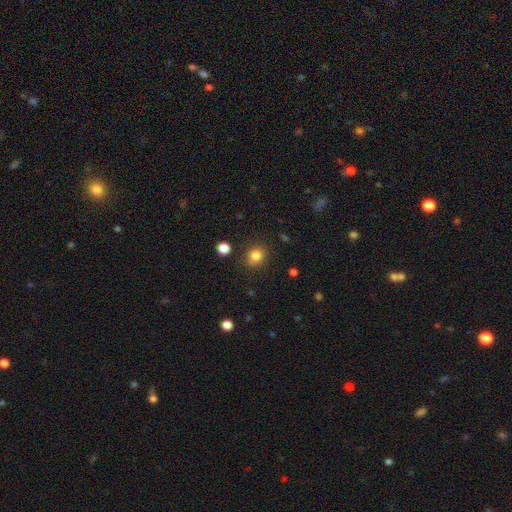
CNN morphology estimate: smooth-or-featured: smooth: 83% | star or artifact: 12% | featured or disk: 5%
  how-rounded: round: 78% | in between: 21% | cigar-shaped: 1%
  merging: none: 85% | minor disturbance: 10% | major disturbance: 3% | merger: 2%